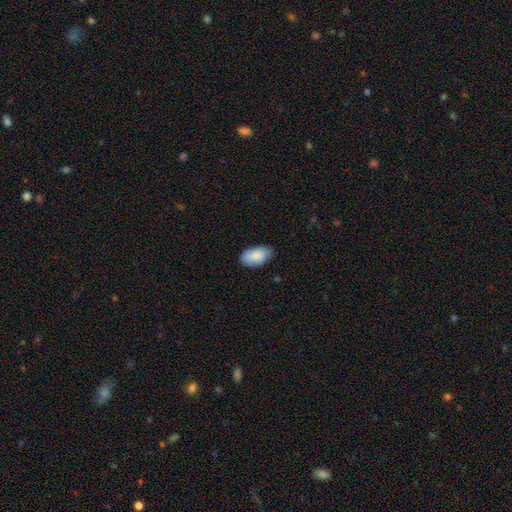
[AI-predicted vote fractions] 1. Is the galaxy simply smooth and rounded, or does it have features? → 86% smooth, 8% featured or disk, 6% star or artifact.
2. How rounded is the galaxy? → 95% in between, 4% round, 2% cigar-shaped.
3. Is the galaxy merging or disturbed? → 78% none, 18% minor disturbance, 3% major disturbance, 1% merger.